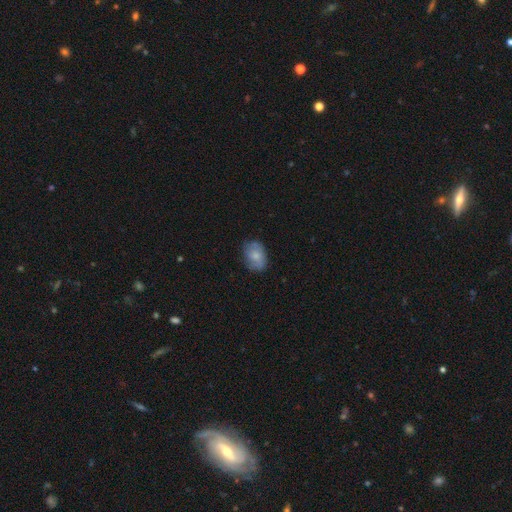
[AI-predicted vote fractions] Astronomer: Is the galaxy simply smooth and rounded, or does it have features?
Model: smooth — 69%.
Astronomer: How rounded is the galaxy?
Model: in between — 75%.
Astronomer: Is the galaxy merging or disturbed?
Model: none — 70%.